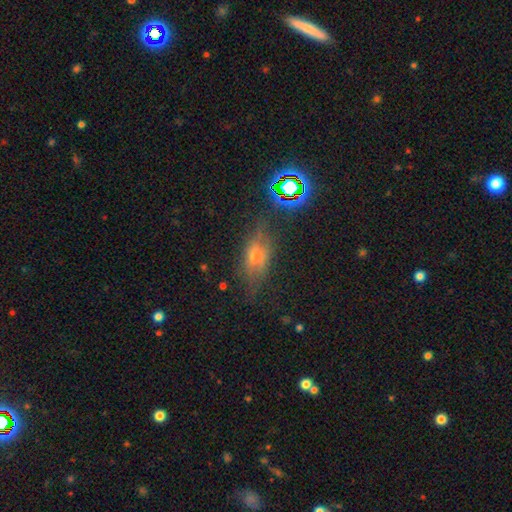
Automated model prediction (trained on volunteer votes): The model was most divided on "smooth or featured": smooth: 47%, featured or disk: 30%, star or artifact: 23%. More confident: merging — none (65%).